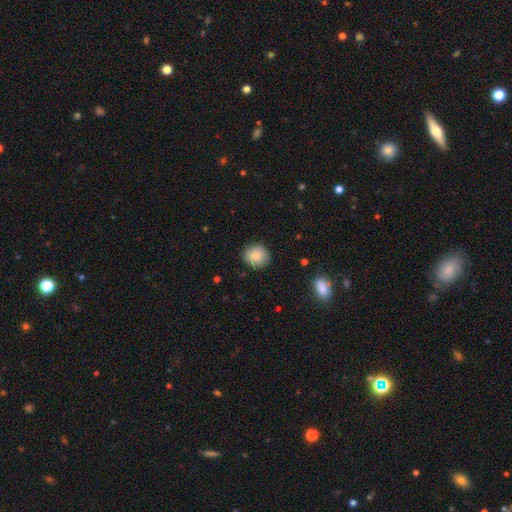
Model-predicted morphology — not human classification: This is clearly a smooth galaxy (82%). How rounded: clearly round (80%). Merging: clearly none (84%).